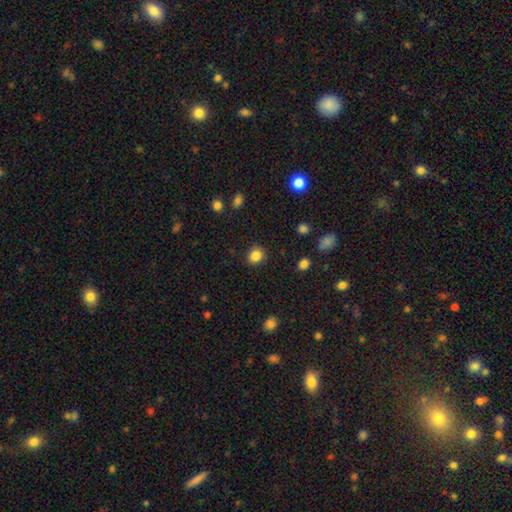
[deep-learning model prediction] This is clearly a smooth galaxy (85%). How rounded: clearly round (81%). Merging: clearly none (87%).